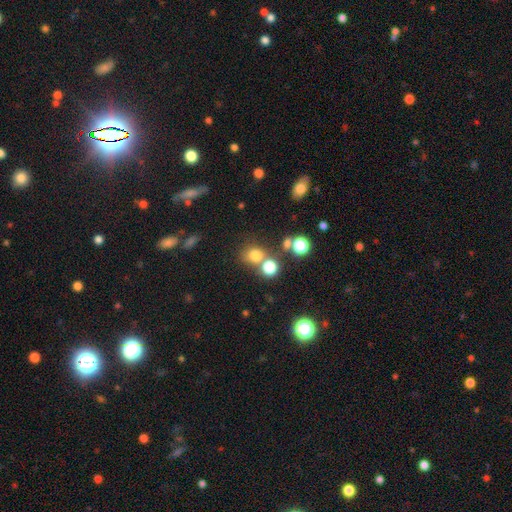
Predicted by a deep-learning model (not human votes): Smooth or featured? Predicted: smooth (p=0.72). How rounded? Predicted: round (p=0.76). Merging? Predicted: none (p=0.59).